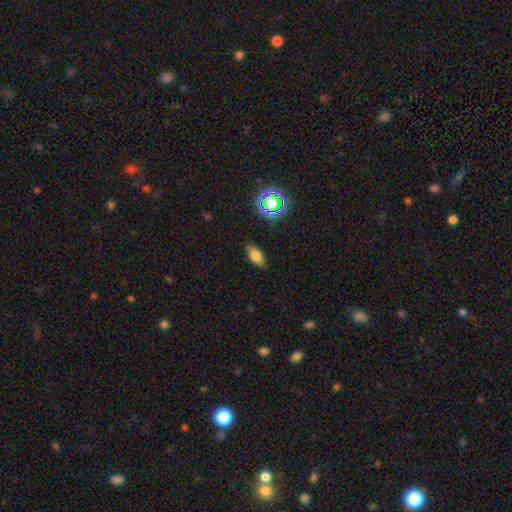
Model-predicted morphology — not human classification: A smooth galaxy with no disk features (75%) that is in between round and cigar-shaped (85%). Merging: none (85%).